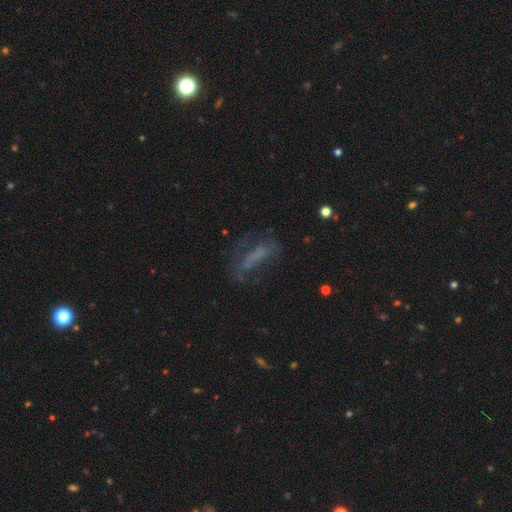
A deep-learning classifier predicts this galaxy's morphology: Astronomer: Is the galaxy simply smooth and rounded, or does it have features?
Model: featured or disk — 41% (runner-up: smooth, 39%).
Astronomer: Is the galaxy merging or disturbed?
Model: none — 45% (runner-up: major disturbance, 30%).